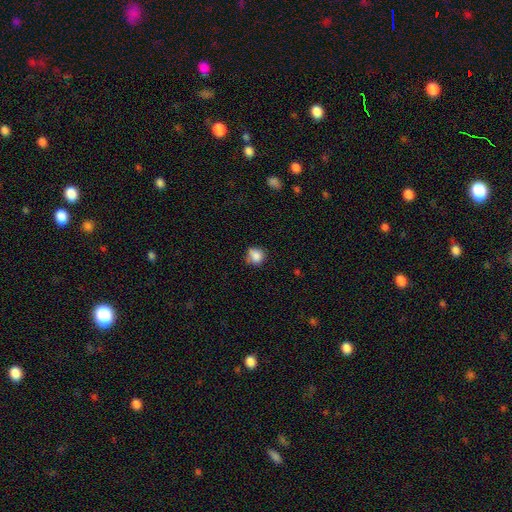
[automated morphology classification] Smooth or featured? Predicted: smooth (p=0.83). How rounded? Predicted: round (p=0.78). Merging? Predicted: none (p=0.58).